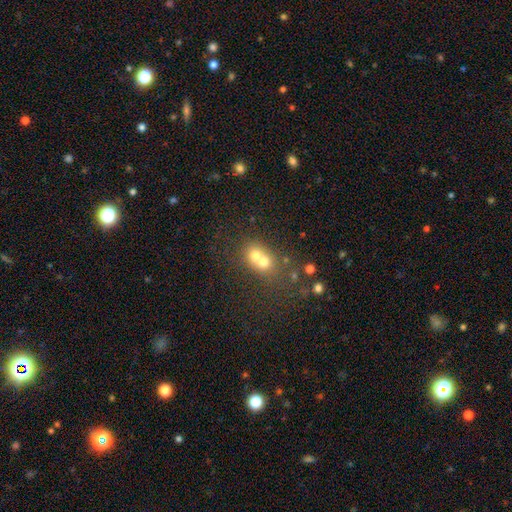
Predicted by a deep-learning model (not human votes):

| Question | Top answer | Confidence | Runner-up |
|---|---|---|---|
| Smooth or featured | smooth | 65% | featured or disk (22%) |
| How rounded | round | 68% | in between (31%) |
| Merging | merger | 68% | none (24%) |